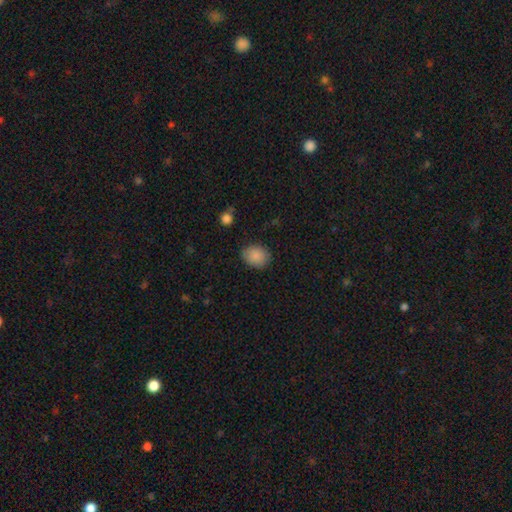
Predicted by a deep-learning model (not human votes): Smooth or featured?
  - smooth: 88% *
  - star or artifact: 8%
  - featured or disk: 5%
How rounded?
  - in between: 57% *
  - round: 42%
  - cigar-shaped: 1%
Merging?
  - none: 83% *
  - minor disturbance: 13%
  - major disturbance: 3%
  - merger: 1%